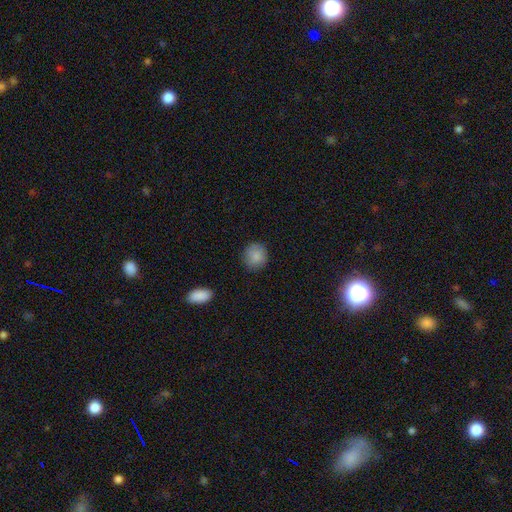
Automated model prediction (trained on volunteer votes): smooth 87%, star or artifact 7%, featured or disk 5%. Down the decision tree: how rounded — round (83%); merging — none (87%).